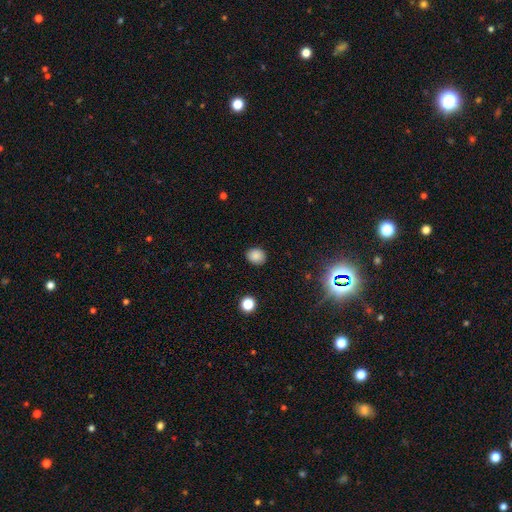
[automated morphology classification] This is clearly a smooth galaxy (85%). How rounded: likely round (60%). Merging: clearly none (88%).